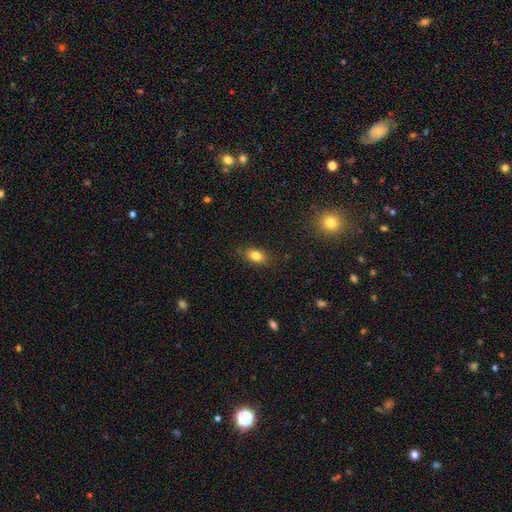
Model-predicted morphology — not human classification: This appears to be a smooth galaxy with no disk features (83%) that is in between round and cigar-shaped (85%). Merging: none (84%).